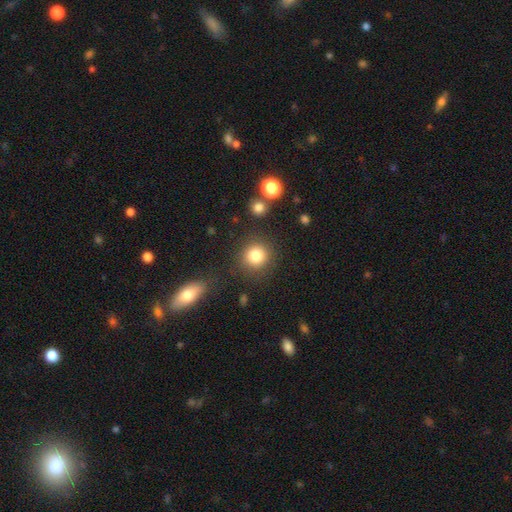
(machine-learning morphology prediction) Smooth or featured? Predicted: smooth (p=0.83). How rounded? Predicted: round (p=0.90). Merging? Predicted: none (p=0.84).